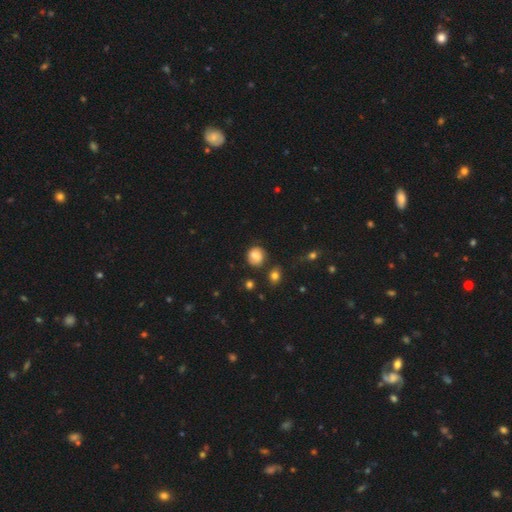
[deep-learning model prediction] smooth_or_featured: smooth (p=0.71) [alt: featured or disk p=0.20]
how_rounded: round (p=0.79) [alt: in between p=0.20]
merging: none (p=0.72) [alt: minor disturbance p=0.18]